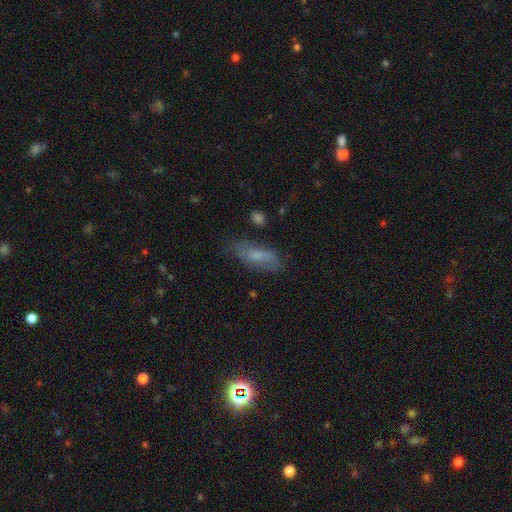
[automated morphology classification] Smooth or featured?
  - smooth: 55% *
  - featured or disk: 33%
  - star or artifact: 12%
How rounded?
  - in between: 66% *
  - cigar-shaped: 30%
  - round: 3%
Merging?
  - none: 67% *
  - minor disturbance: 22%
  - major disturbance: 8%
  - merger: 2%